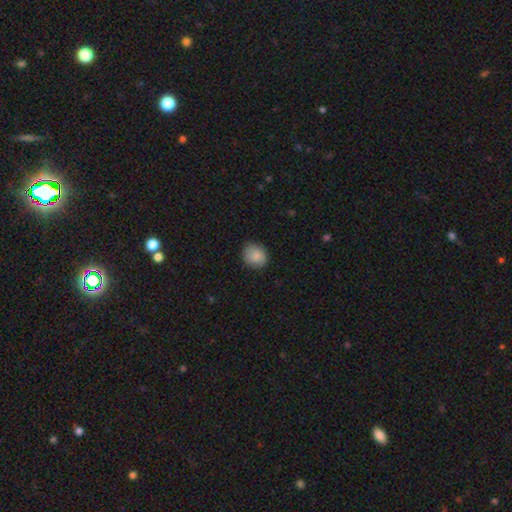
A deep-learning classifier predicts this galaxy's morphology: Q: Smooth or featured?
A: smooth (85%); runner-up: featured or disk (8%)
Q: How rounded?
A: round (75%); runner-up: in between (24%)
Q: Merging?
A: none (85%); runner-up: minor disturbance (12%)